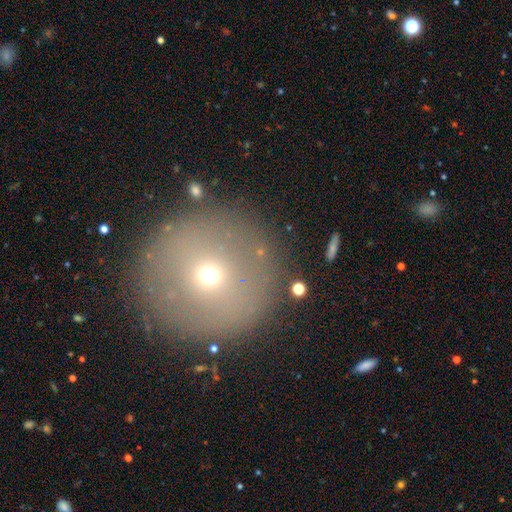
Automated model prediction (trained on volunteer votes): smooth 59%, featured or disk 21%, star or artifact 19%. Down the decision tree: how rounded — round (95%); merging — none (88%).